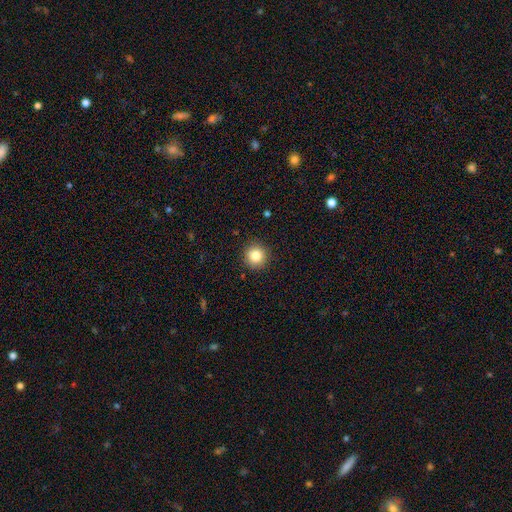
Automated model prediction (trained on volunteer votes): A smooth galaxy with no disk features (83%) that is round (95%). Merging: none (92%).